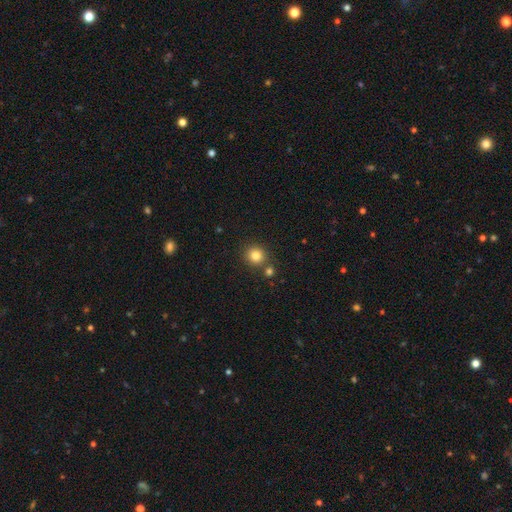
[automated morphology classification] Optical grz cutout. It shows a smooth galaxy with no disk features (82%) that is round (90%). Merging: none (76%).